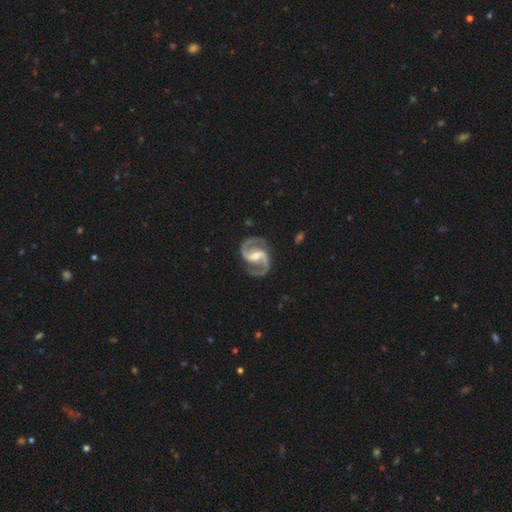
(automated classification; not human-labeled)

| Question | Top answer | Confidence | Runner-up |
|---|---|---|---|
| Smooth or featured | featured or disk | 94% | star or artifact (3%) |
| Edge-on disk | no | 98% | yes (2%) |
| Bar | strong | 42% | tied: weak (42%) |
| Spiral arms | yes | 99% | no (1%) |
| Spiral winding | medium | 67% | tight (17%) |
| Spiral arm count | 2 | 95% | can't tell (1%) |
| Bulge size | moderate | 56% | small (39%) |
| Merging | none | 84% | minor disturbance (11%) |